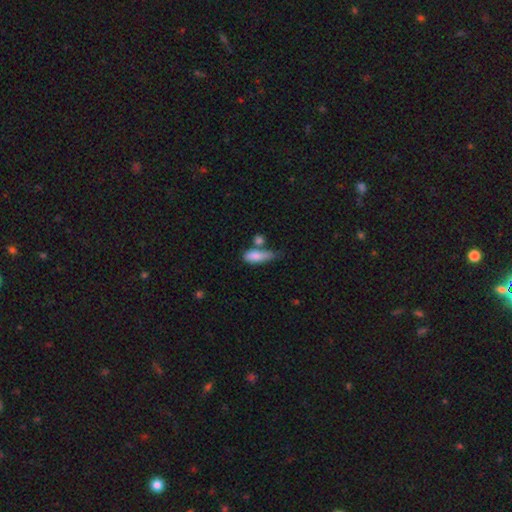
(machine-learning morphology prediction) smooth_or_featured: smooth (p=0.80) [alt: featured or disk p=0.12]
how_rounded: in between (p=0.72) [alt: cigar-shaped p=0.24]
merging: none (p=0.33) [alt: minor disturbance p=0.27]